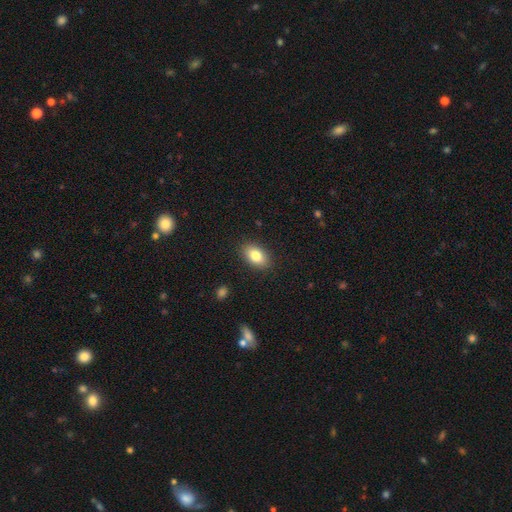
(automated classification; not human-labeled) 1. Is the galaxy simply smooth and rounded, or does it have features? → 82% smooth, 10% featured or disk, 8% star or artifact.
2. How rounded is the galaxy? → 90% in between, 9% round, 2% cigar-shaped.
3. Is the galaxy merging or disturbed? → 88% none, 9% minor disturbance, 2% major disturbance, 1% merger.